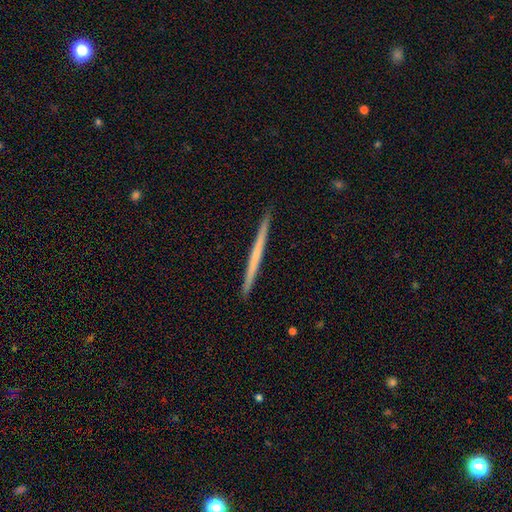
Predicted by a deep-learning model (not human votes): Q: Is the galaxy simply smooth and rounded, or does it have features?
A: featured or disk — 50%.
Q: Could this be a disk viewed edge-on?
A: yes — 98%.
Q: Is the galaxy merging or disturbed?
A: none — 92%.